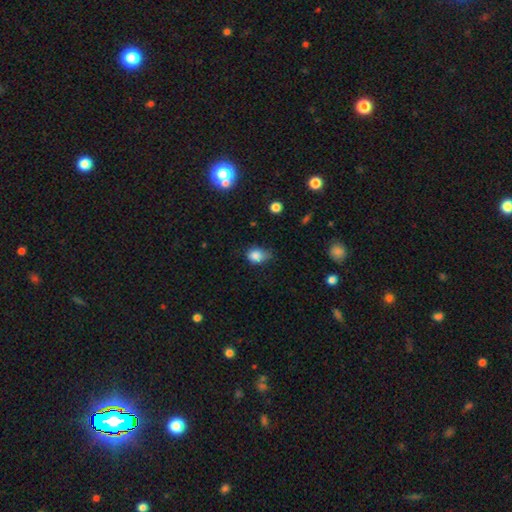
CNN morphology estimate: The model was most divided on "merging": minor disturbance: 45%, none: 41%, major disturbance: 12%, merger: 3%. More confident: smooth or featured — smooth (82%); how rounded — in between (60%).